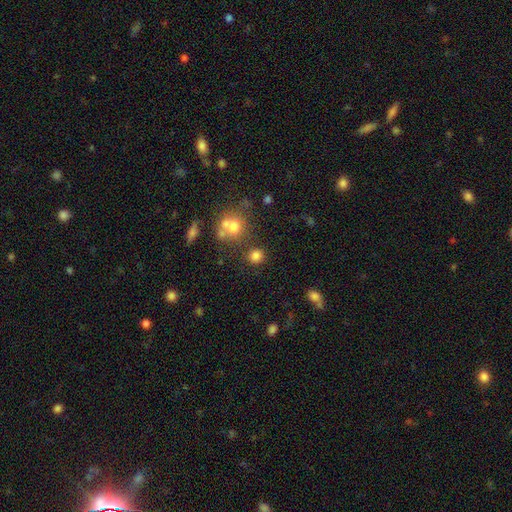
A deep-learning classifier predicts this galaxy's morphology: This is likely a smooth galaxy (80%). How rounded: clearly round (86%). Merging: likely none (75%).